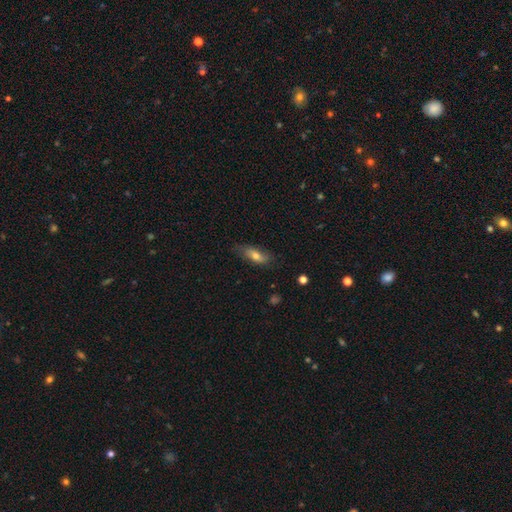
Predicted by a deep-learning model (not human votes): Smooth or featured? Predicted: smooth (p=0.62). How rounded? Predicted: in between (p=0.74). Merging? Predicted: none (p=0.68).